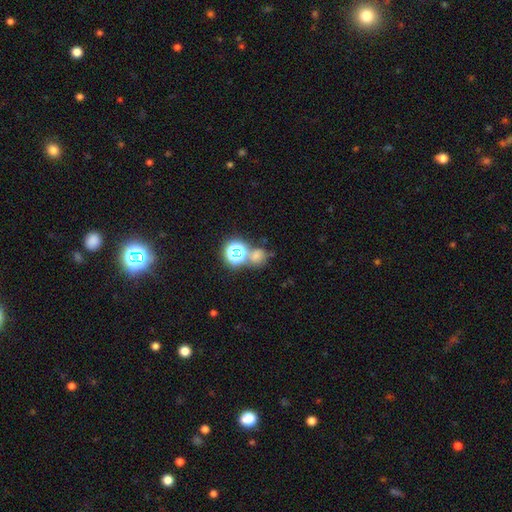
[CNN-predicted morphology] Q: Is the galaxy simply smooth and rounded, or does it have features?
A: smooth — 56%.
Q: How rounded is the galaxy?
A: round — 71%.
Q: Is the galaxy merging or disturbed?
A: none — 48%.